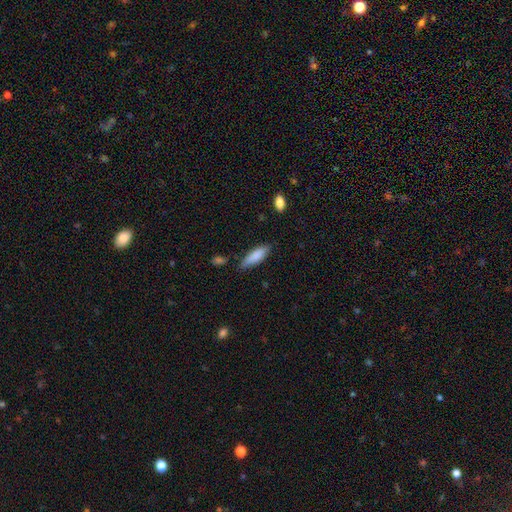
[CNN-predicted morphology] Smooth or featured?
  - smooth: 82% *
  - featured or disk: 12%
  - star or artifact: 6%
How rounded?
  - cigar-shaped: 53% *
  - in between: 46%
  - round: 2%
Merging?
  - none: 75% *
  - minor disturbance: 19%
  - major disturbance: 3%
  - merger: 3%